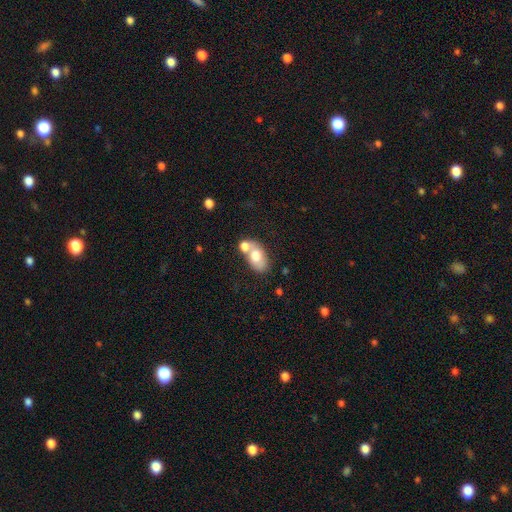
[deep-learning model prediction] Morphology: type=smooth (68%); roundness=in between (84%); merging=merger (51%).